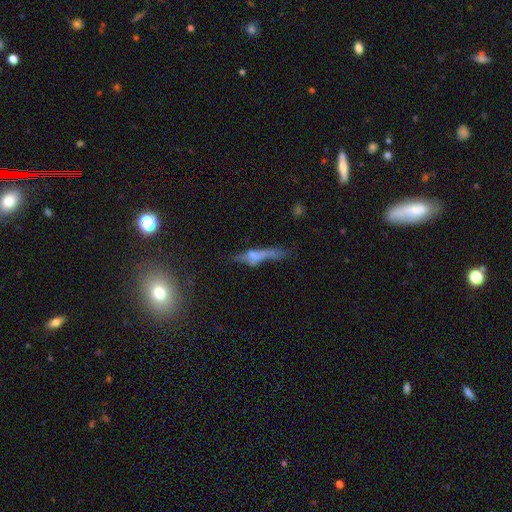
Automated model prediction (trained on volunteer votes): Smooth or featured?
  - smooth: 44% *
  - featured or disk: 43%
  - star or artifact: 13%
Merging?
  - none: 39% *
  - major disturbance: 25%
  - minor disturbance: 21%
  - merger: 15%